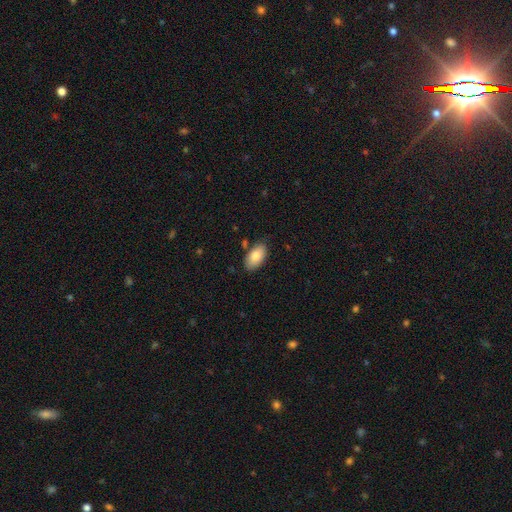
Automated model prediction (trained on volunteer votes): Smooth or featured: smooth — 83% (featured or disk — 11%)
How rounded: in between — 95% (round — 3%)
Merging: none — 80% (minor disturbance — 14%)